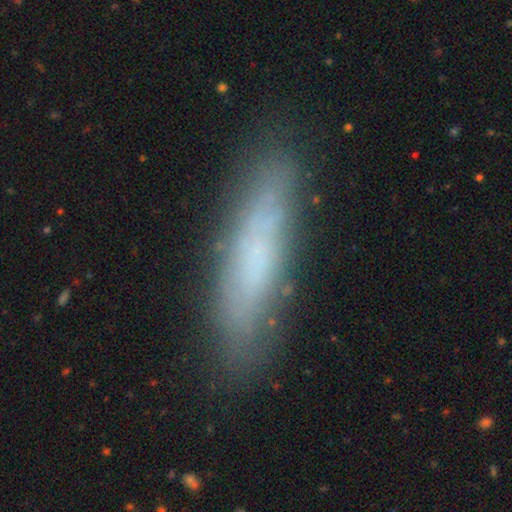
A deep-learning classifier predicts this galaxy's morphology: A smooth galaxy with no disk features (55%) that is cigar-shaped (78%).

Vote fractions:
- Smooth or featured? smooth: 55% / featured or disk: 36% / star or artifact: 9%
- How rounded? cigar-shaped: 78% / in between: 20% / round: 2%
- Merging? none: 81% / minor disturbance: 14% / major disturbance: 4% / merger: 2%